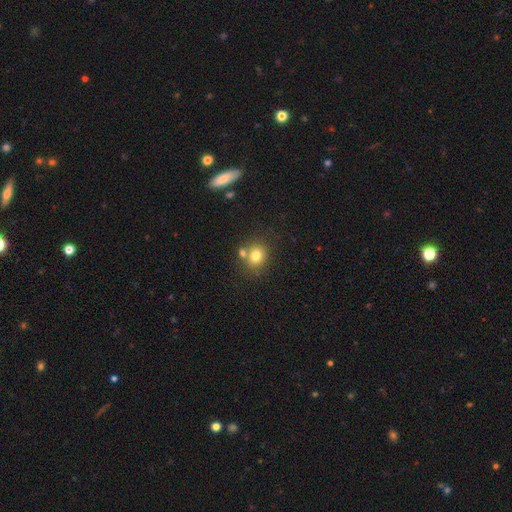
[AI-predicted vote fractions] The model was most divided on "merging": none: 64%, merger: 22%, minor disturbance: 11%, major disturbance: 4%. More confident: smooth or featured — smooth (77%); how rounded — round (75%).